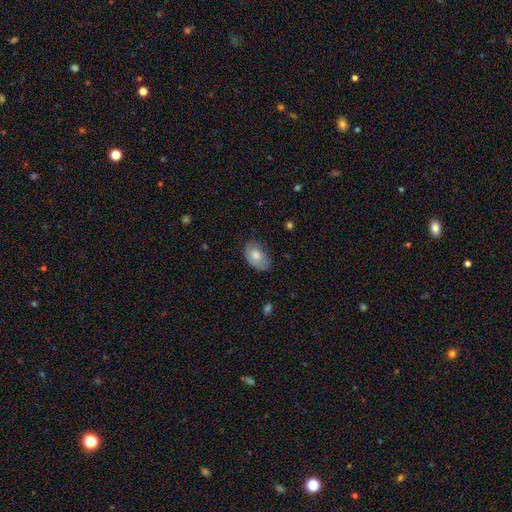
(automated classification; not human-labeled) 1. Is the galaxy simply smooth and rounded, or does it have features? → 75% smooth, 18% featured or disk, 7% star or artifact.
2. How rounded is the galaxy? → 90% in between, 9% round, 1% cigar-shaped.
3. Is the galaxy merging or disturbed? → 72% none, 22% minor disturbance, 5% major disturbance, 1% merger.